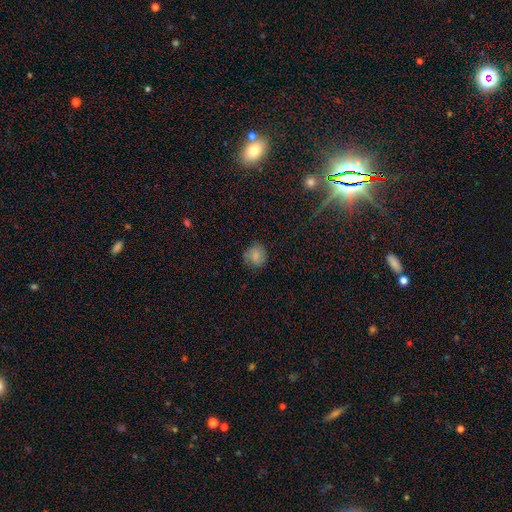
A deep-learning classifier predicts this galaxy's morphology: type=smooth (73%); roundness=round (79%); merging=none (75%).